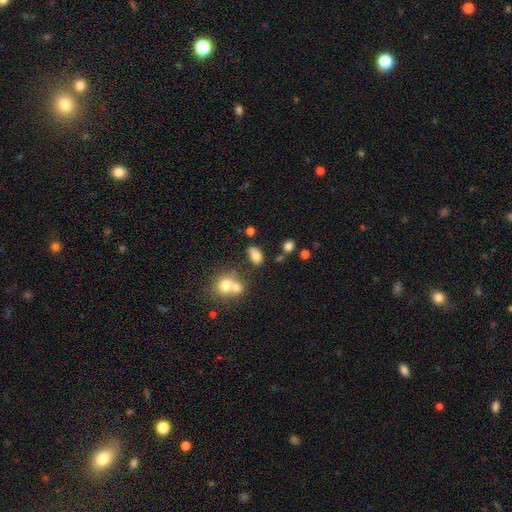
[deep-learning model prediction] This is likely a smooth galaxy (77%). How rounded: clearly in between (83%). Merging: possibly none (56%).